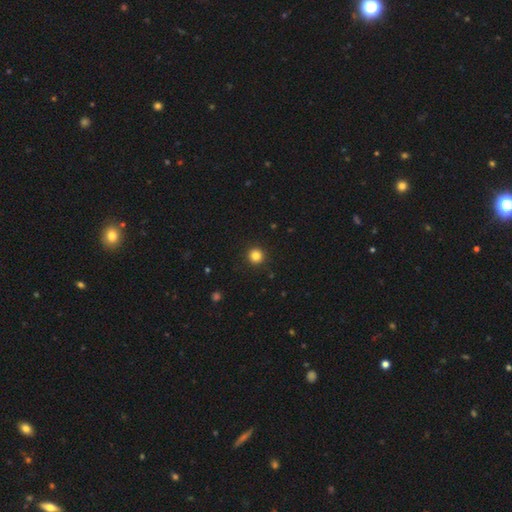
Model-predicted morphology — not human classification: smooth-or-featured: smooth: 84% | star or artifact: 12% | featured or disk: 4%
  how-rounded: round: 95% | in between: 4% | cigar-shaped: 1%
  merging: none: 93% | minor disturbance: 4% | major disturbance: 2% | merger: 1%